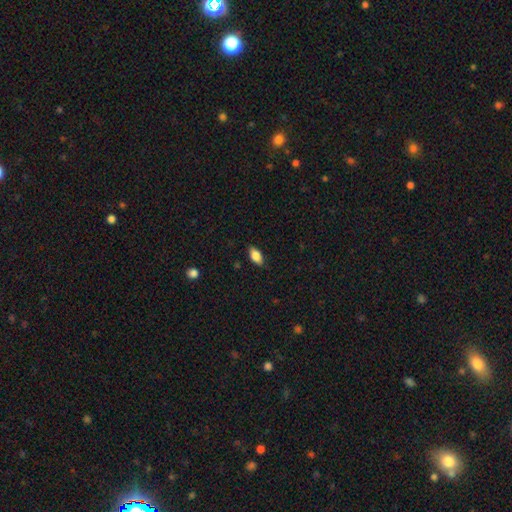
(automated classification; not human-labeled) This is clearly a smooth galaxy (81%). How rounded: clearly in between (89%). Merging: clearly none (84%).